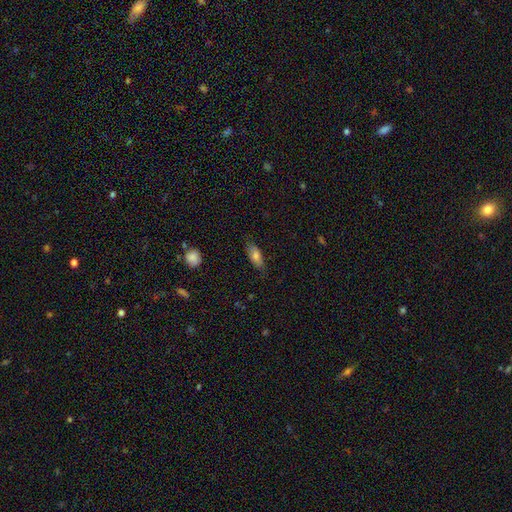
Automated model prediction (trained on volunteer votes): smooth 76%, featured or disk 17%, star or artifact 7%. Down the decision tree: how rounded — in between (76%); merging — none (79%).